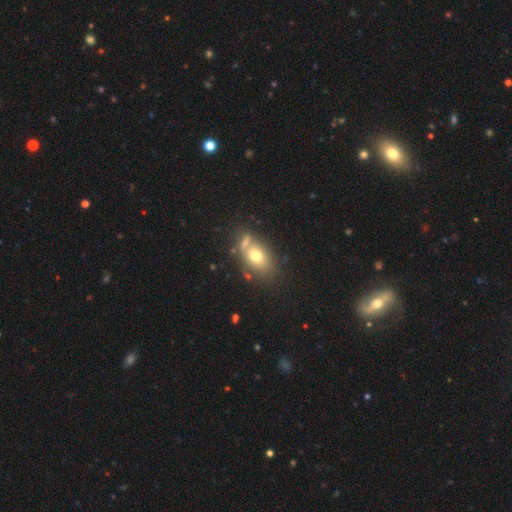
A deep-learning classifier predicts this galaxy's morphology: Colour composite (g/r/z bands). It shows a smooth galaxy with no disk features (69%) that is in between round and cigar-shaped (78%). Merging: none (52%).